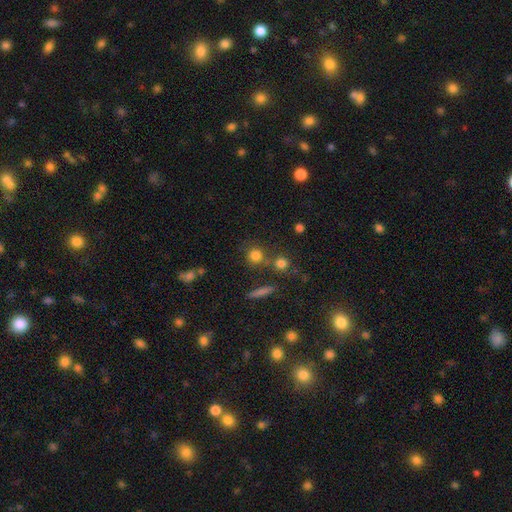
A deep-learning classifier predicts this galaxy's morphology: Overall: smooth (79%). How rounded: round (87%). Merging: none (67%).